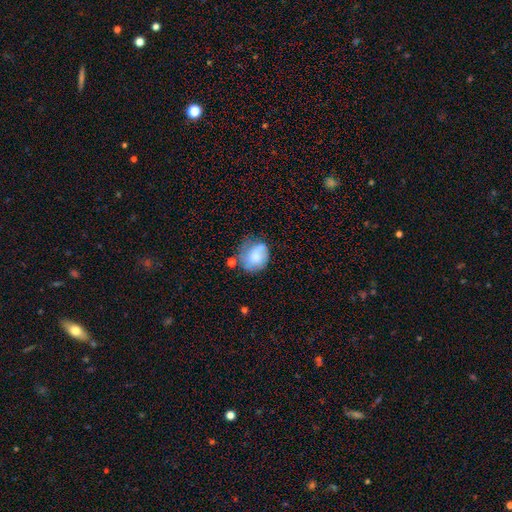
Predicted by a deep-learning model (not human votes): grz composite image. It shows a smooth galaxy with no disk features (65%) that is round (58%). Merging: none (40%).